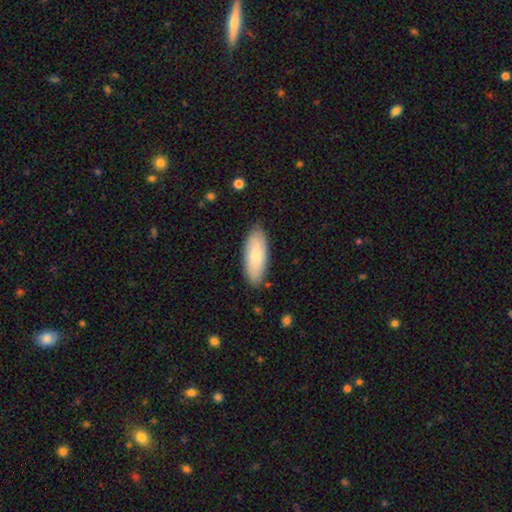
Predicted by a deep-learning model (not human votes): smooth-or-featured: smooth: 76% | featured or disk: 18% | star or artifact: 5%
  how-rounded: in between: 78% | cigar-shaped: 20% | round: 2%
  merging: none: 83% | minor disturbance: 13% | major disturbance: 2% | merger: 1%